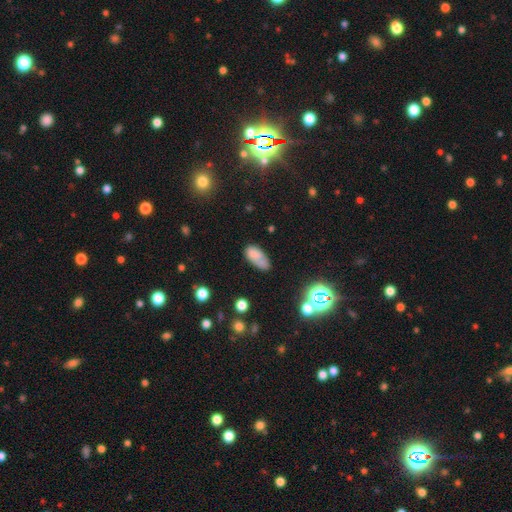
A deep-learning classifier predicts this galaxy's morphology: This is likely a smooth galaxy (71%). How rounded: clearly in between (88%). Merging: marginally none (44%).